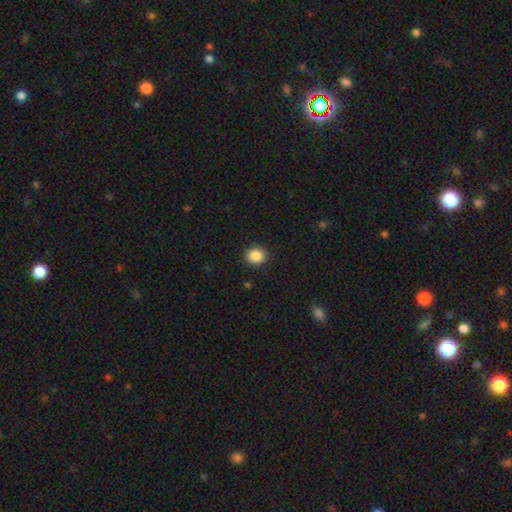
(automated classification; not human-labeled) Q: Smooth or featured?
A: smooth (87%); runner-up: star or artifact (9%)
Q: How rounded?
A: round (84%); runner-up: in between (15%)
Q: Merging?
A: none (91%); runner-up: minor disturbance (6%)